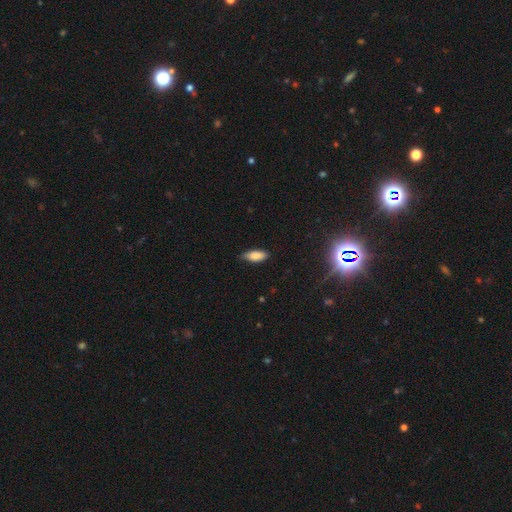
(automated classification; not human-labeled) The model was most divided on "merging": none: 71%, minor disturbance: 24%, major disturbance: 3%, merger: 1%. More confident: smooth or featured — smooth (85%); how rounded — in between (82%).